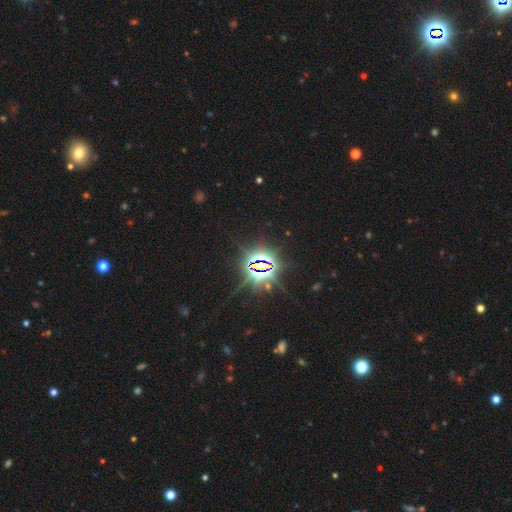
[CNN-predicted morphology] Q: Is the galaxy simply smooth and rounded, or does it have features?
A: star or artifact — 85%.